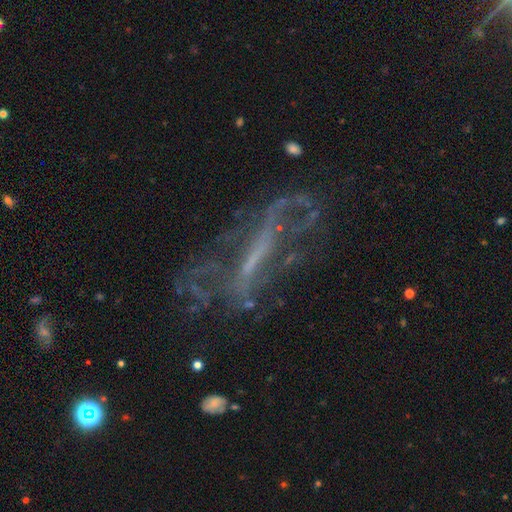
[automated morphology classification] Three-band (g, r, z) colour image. It shows a featured or disk galaxy (69%) with a strong bar (41%), no spiral arms (50%, tied with yes) and no central bulge (52%). Merging: none (47%).